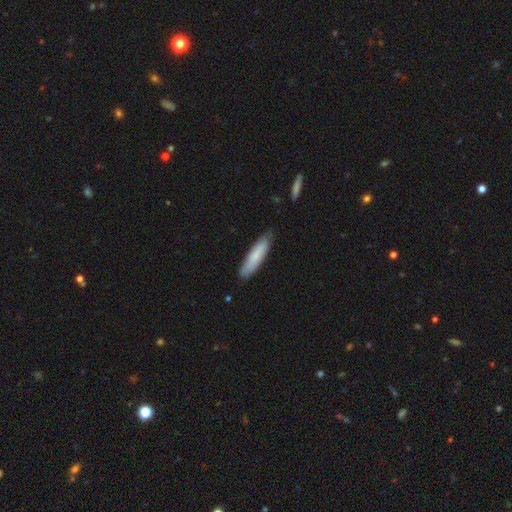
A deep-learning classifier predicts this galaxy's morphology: Smooth or featured?
  - smooth: 75% *
  - featured or disk: 19%
  - star or artifact: 6%
How rounded?
  - cigar-shaped: 80% *
  - in between: 19%
  - round: 1%
Merging?
  - none: 82% *
  - minor disturbance: 15%
  - major disturbance: 2%
  - merger: 1%